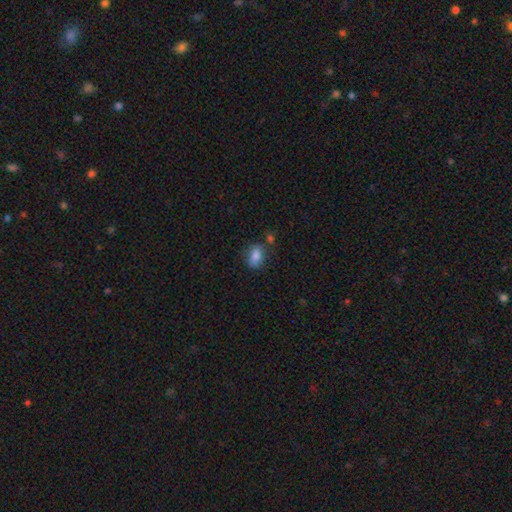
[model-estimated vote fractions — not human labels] smooth-or-featured: smooth: 83% | star or artifact: 9% | featured or disk: 8%
  how-rounded: in between: 81% | round: 16% | cigar-shaped: 2%
  merging: none: 69% | minor disturbance: 17% | merger: 9% | major disturbance: 5%